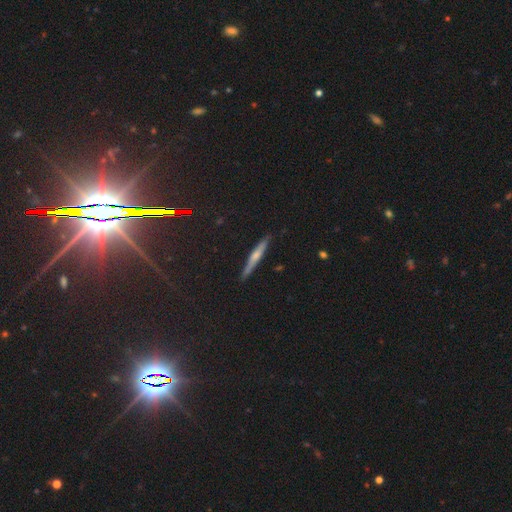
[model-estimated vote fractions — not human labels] featured or disk 50%, smooth 38%, star or artifact 12%. Down the decision tree: merging — none (88%).